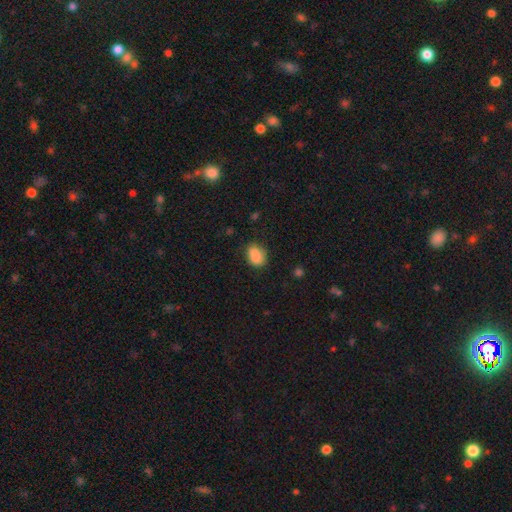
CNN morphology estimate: A smooth galaxy with no disk features (87%) that is in between round and cigar-shaped (82%). Merging: none (72%).